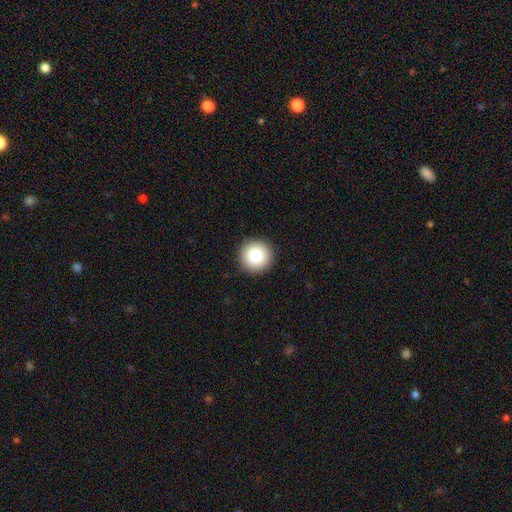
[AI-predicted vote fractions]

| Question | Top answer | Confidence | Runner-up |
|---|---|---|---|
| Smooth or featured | smooth | 84% | star or artifact (9%) |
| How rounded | round | 96% | in between (3%) |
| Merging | none | 93% | minor disturbance (5%) |